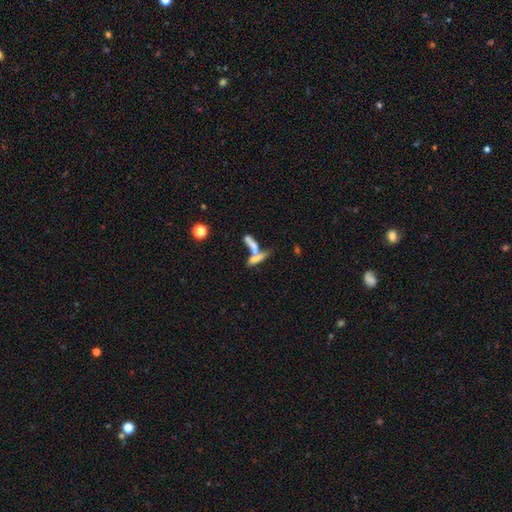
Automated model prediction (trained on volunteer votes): Q: Smooth or featured?
A: smooth (55%); runner-up: featured or disk (33%)
Q: How rounded?
A: cigar-shaped (66%); runner-up: in between (30%)
Q: Merging?
A: merger (58%); runner-up: none (26%)